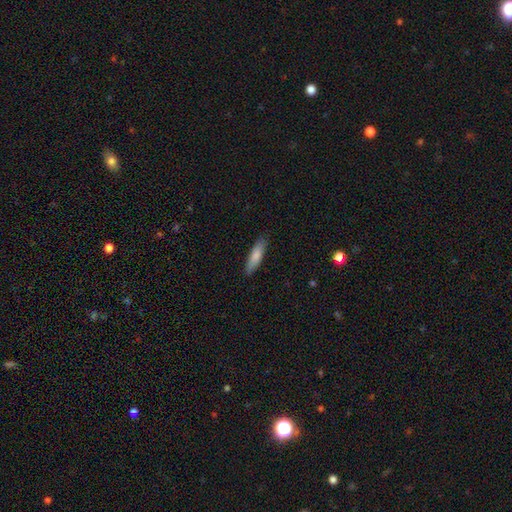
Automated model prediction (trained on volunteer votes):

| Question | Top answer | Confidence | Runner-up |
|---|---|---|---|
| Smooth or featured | smooth | 81% | featured or disk (13%) |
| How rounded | cigar-shaped | 65% | in between (33%) |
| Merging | none | 87% | minor disturbance (10%) |